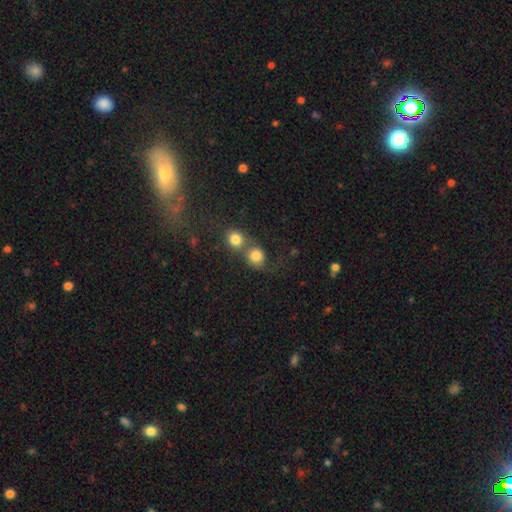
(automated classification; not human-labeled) smooth 80%, star or artifact 10%, featured or disk 10%. Down the decision tree: how rounded — round (85%); merging — merger (57%).